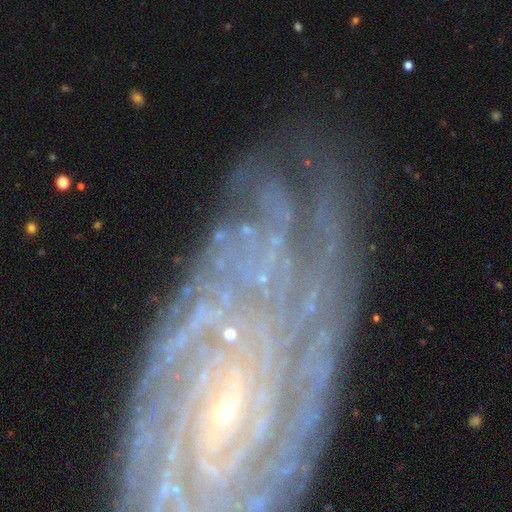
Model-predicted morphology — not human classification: Smooth or featured: featured or disk — 79% (star or artifact — 13%)
Edge-on disk: no — 94% (yes — 6%)
Bar: no — 58% (weak — 26%)
Spiral arms: yes — 95% (no — 5%)
Spiral winding: tight — 78% (medium — 17%)
Spiral arm count: can't tell — 32% (more than 4 — 15%)
Bulge size: small — 76% (moderate — 16%)
Merging: none — 68% (minor disturbance — 17%)